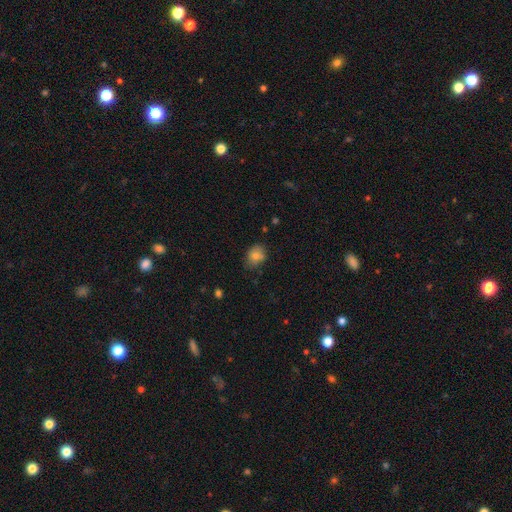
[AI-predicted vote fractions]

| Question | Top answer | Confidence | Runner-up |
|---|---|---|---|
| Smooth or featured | smooth | 77% | featured or disk (13%) |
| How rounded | in between | 55% | round (44%) |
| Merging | none | 74% | minor disturbance (20%) |